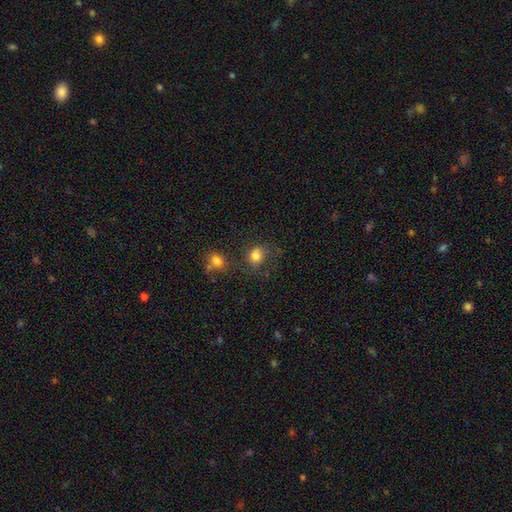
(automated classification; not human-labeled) smooth 79%, star or artifact 12%, featured or disk 9%. Down the decision tree: how rounded — round (66%); merging — none (55%).